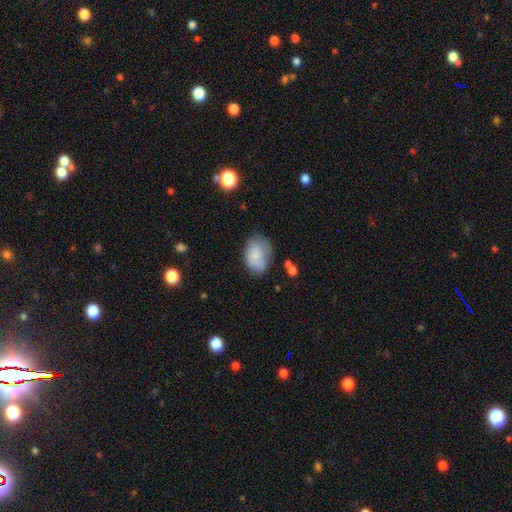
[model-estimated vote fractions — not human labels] This appears to be a smooth galaxy with no disk features (83%) that is in between round and cigar-shaped (85%). Merging: none (61%).